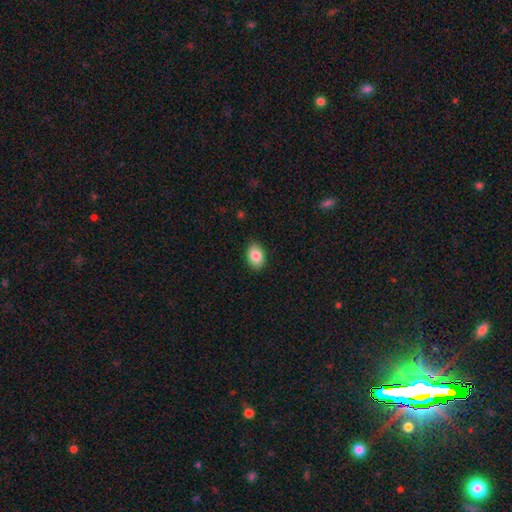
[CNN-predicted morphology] This is clearly a smooth galaxy (86%). How rounded: clearly in between (83%). Merging: clearly none (89%).